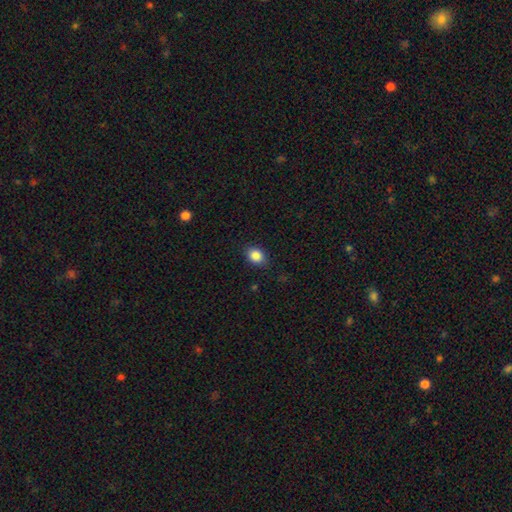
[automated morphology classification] Smooth or featured? Predicted: smooth (p=0.86). How rounded? Predicted: in between (p=0.52). Merging? Predicted: none (p=0.86).